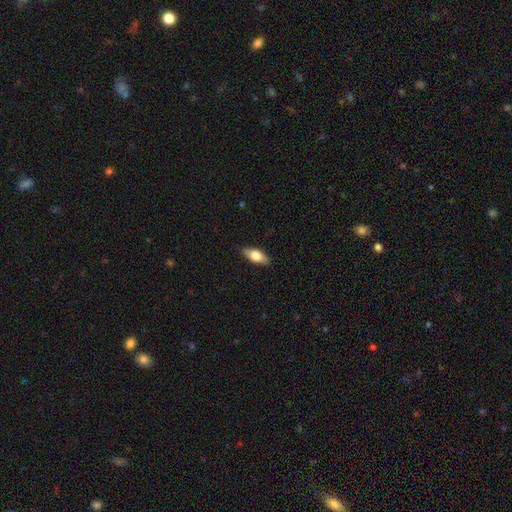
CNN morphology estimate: Smooth or featured: smooth — 61% (featured or disk — 33%)
How rounded: in between — 77% (cigar-shaped — 19%)
Merging: none — 87% (minor disturbance — 10%)